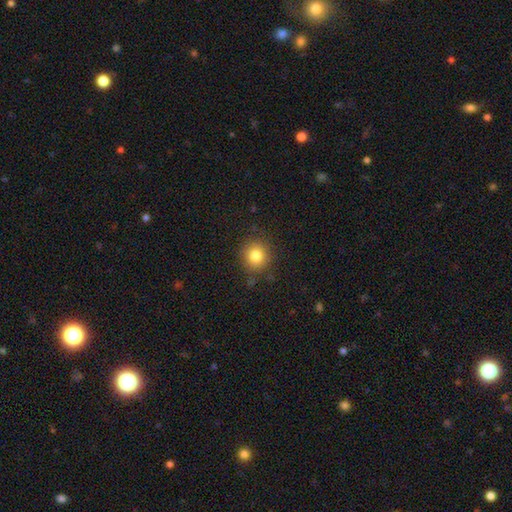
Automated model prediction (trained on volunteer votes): Q: Smooth or featured?
A: smooth (81%); runner-up: star or artifact (11%)
Q: How rounded?
A: round (91%); runner-up: in between (8%)
Q: Merging?
A: none (87%); runner-up: minor disturbance (9%)